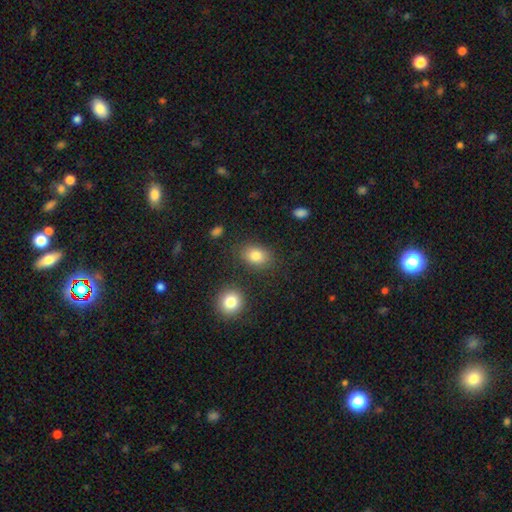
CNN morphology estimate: smooth_or_featured: smooth (p=0.83) [alt: star or artifact p=0.10]
how_rounded: in between (p=0.75) [alt: round p=0.24]
merging: none (p=0.80) [alt: minor disturbance p=0.12]